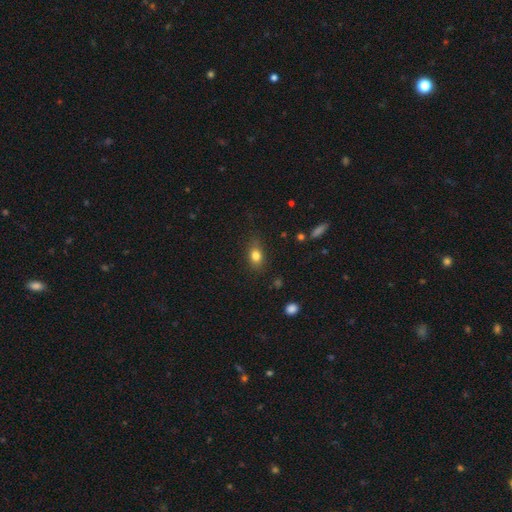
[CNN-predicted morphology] A smooth galaxy with no disk features (81%) that is in between round and cigar-shaped (72%).

Vote fractions:
- Smooth or featured? smooth: 81% / star or artifact: 10% / featured or disk: 9%
- How rounded? in between: 72% / round: 24% / cigar-shaped: 4%
- Merging? none: 78% / minor disturbance: 17% / major disturbance: 4% / merger: 1%